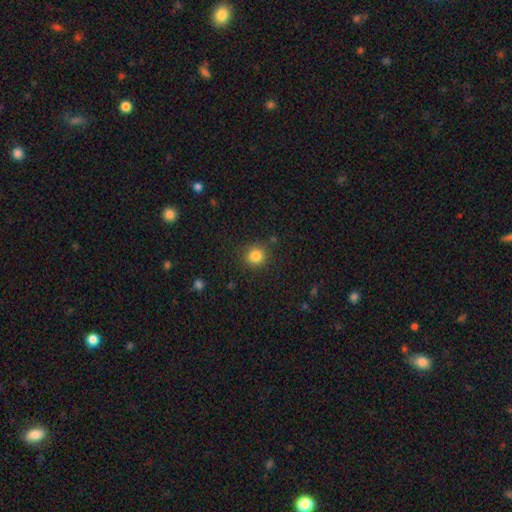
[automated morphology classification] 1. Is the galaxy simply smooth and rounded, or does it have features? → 83% smooth, 12% star or artifact, 5% featured or disk.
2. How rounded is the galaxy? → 89% round, 10% in between, 1% cigar-shaped.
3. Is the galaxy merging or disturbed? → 87% none, 8% minor disturbance, 3% major disturbance, 2% merger.